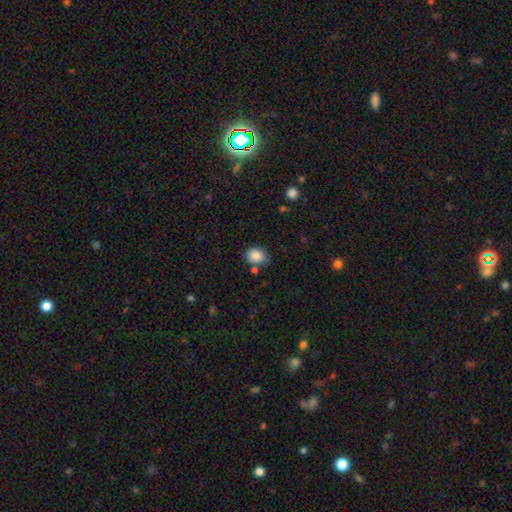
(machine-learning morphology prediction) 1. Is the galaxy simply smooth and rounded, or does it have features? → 87% smooth, 9% star or artifact, 4% featured or disk.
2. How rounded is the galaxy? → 51% in between, 49% round, 1% cigar-shaped.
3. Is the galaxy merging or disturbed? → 71% none, 17% minor disturbance, 8% merger, 4% major disturbance.